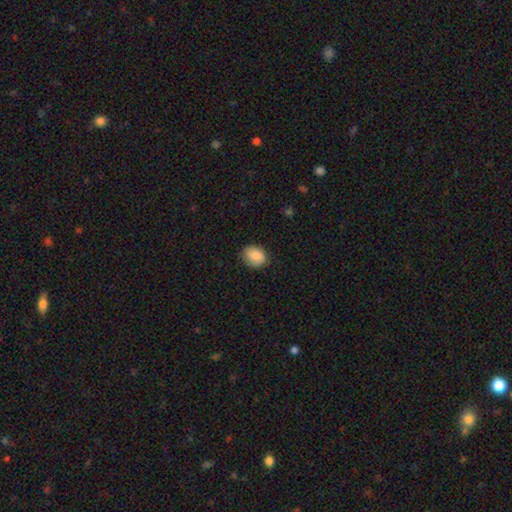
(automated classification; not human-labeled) Overall: smooth (87%). How rounded: in between (52%; round 47%). Merging: none (77%).